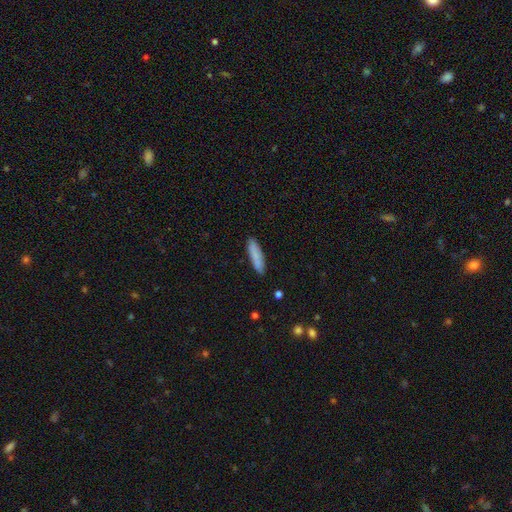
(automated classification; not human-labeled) Smooth or featured? Predicted: smooth (p=0.84). How rounded? Predicted: cigar-shaped (p=0.76). Merging? Predicted: none (p=0.89).